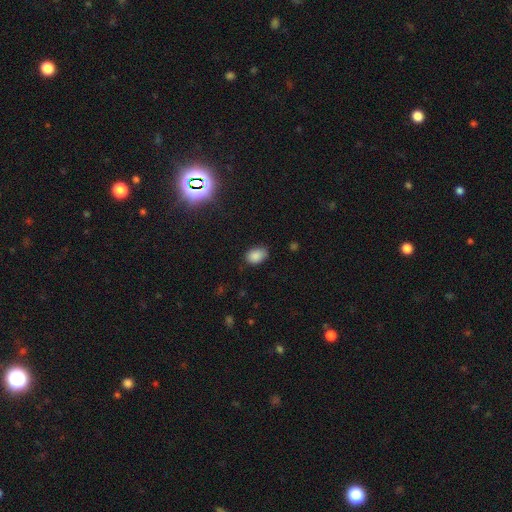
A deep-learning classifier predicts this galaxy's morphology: This is clearly a smooth galaxy (86%). How rounded: likely in between (78%). Merging: likely none (71%).